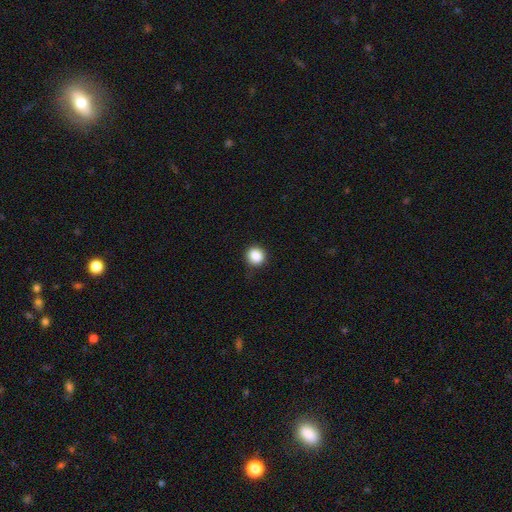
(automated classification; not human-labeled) A smooth galaxy with no disk features (86%) that is round (86%).

Vote fractions:
- Smooth or featured? smooth: 86% / star or artifact: 10% / featured or disk: 4%
- How rounded? round: 86% / in between: 13% / cigar-shaped: 1%
- Merging? none: 87% / minor disturbance: 10% / major disturbance: 2% / merger: 1%